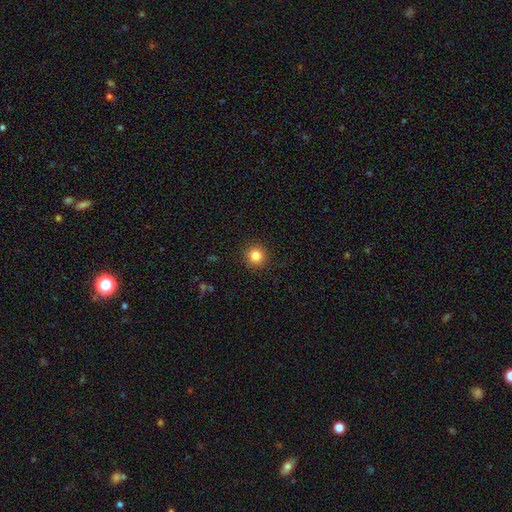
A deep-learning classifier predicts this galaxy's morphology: Smooth or featured: smooth — 84% (star or artifact — 11%)
How rounded: round — 95% (in between — 4%)
Merging: none — 92% (minor disturbance — 5%)